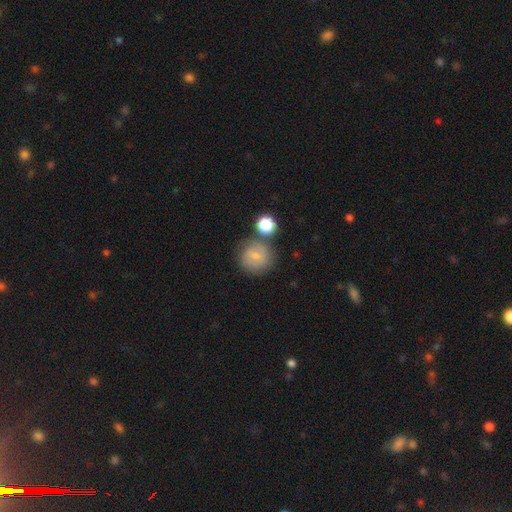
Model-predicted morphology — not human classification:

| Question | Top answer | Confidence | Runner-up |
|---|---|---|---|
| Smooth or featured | smooth | 63% | featured or disk (28%) |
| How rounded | round | 89% | in between (10%) |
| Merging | none | 67% | minor disturbance (15%) |